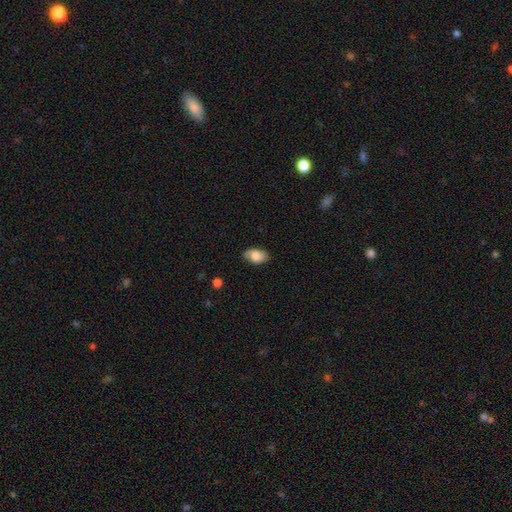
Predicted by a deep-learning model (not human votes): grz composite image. It shows a smooth galaxy with no disk features (81%) that is in between round and cigar-shaped (92%). Merging: none (82%).